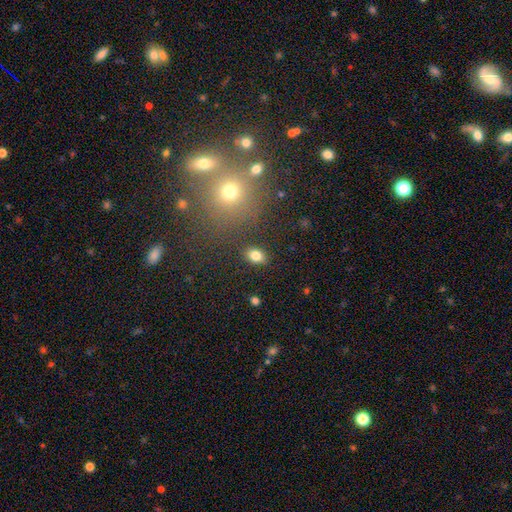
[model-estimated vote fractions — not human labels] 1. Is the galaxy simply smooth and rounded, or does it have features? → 82% smooth, 11% star or artifact, 8% featured or disk.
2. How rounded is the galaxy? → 77% in between, 21% round, 1% cigar-shaped.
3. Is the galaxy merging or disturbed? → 86% none, 9% minor disturbance, 3% major disturbance, 2% merger.